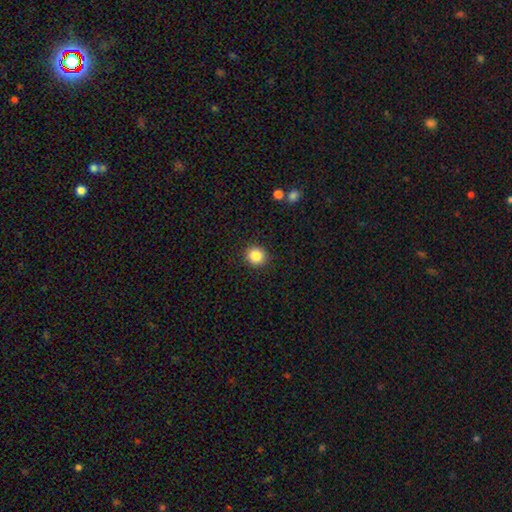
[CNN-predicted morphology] This is clearly a smooth galaxy (86%). How rounded: clearly round (89%). Merging: clearly none (92%).